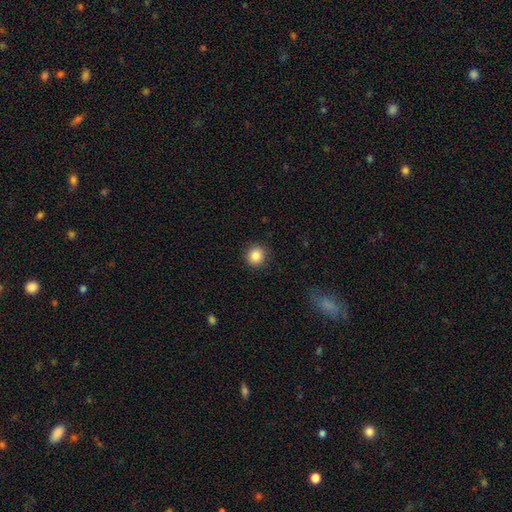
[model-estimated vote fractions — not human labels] Overall: smooth (86%). How rounded: round (92%). Merging: none (92%).